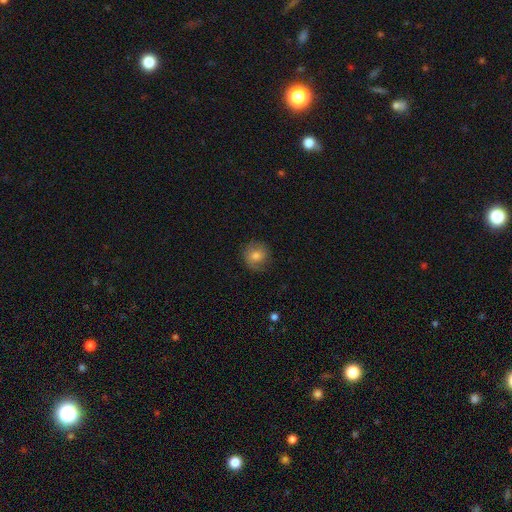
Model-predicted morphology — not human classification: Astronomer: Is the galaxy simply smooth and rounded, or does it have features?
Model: smooth — 73%.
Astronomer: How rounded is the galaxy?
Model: round — 87%.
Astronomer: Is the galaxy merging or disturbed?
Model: none — 80%.